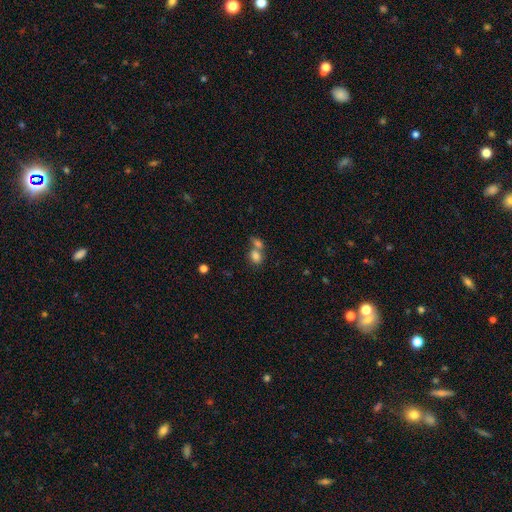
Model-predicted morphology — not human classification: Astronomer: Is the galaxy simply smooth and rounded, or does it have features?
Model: smooth — 80%.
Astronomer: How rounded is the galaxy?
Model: in between — 50% (runner-up: round, 48%).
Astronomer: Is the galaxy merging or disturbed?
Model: merger — 55% (runner-up: none, 33%).